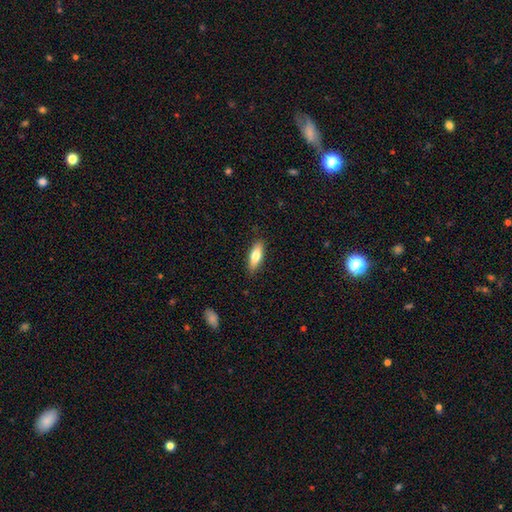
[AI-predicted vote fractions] smooth_or_featured: smooth (p=0.74) [alt: featured or disk p=0.20]
how_rounded: in between (p=0.60) [alt: cigar-shaped p=0.38]
merging: none (p=0.88) [alt: minor disturbance p=0.09]